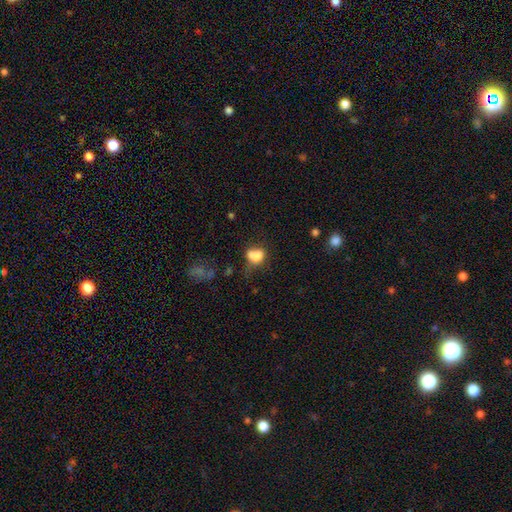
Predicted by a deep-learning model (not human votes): Overall: smooth (74%). How rounded: in between (51%; round 47%). Merging: merger (44%; none 28%).